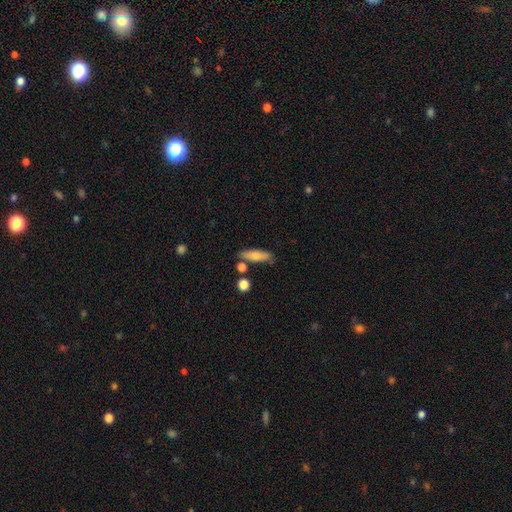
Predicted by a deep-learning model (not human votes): smooth 77%, featured or disk 16%, star or artifact 7%. Down the decision tree: how rounded — cigar-shaped (57%); merging — none (73%).